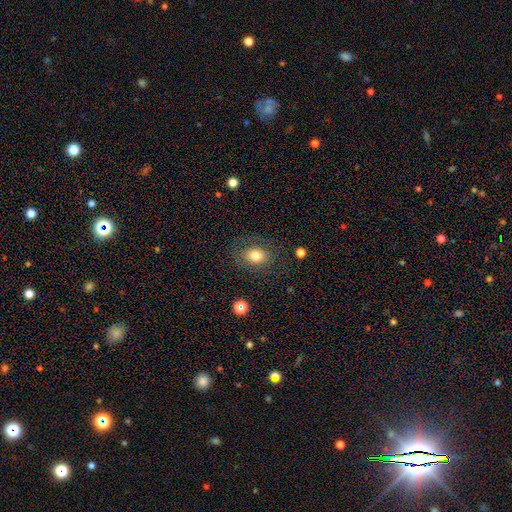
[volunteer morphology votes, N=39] Q: Smooth or featured?
A: smooth (77%); runner-up: featured or disk (15%)
Q: How rounded?
A: round (53%); runner-up: in between (47%)
Q: Merging?
A: none (75%); runner-up: minor disturbance (17%)